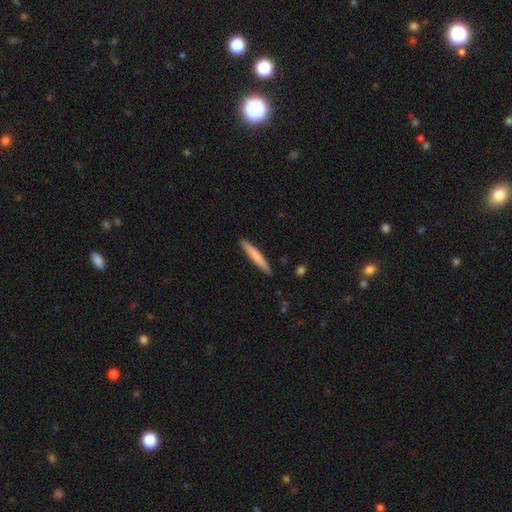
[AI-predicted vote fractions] This appears to be a smooth galaxy with no disk features (72%) that is cigar-shaped (95%). Merging: none (90%).